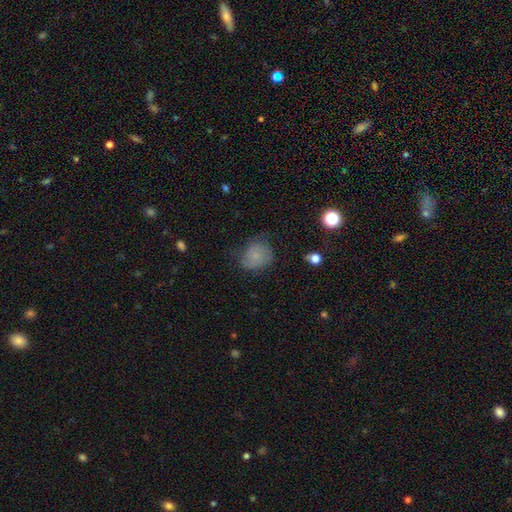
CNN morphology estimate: Smooth or featured? smooth (65%)
How rounded? round (68%)
Merging? none (57%)